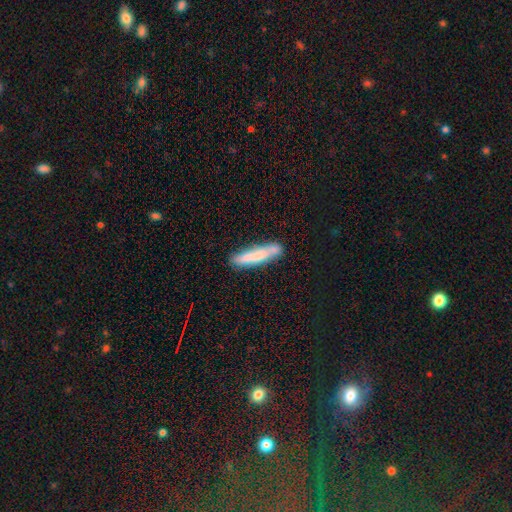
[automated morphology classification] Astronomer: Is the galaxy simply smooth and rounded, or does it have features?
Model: smooth — 66%.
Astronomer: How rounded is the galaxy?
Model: cigar-shaped — 89%.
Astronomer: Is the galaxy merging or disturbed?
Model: none — 73%.